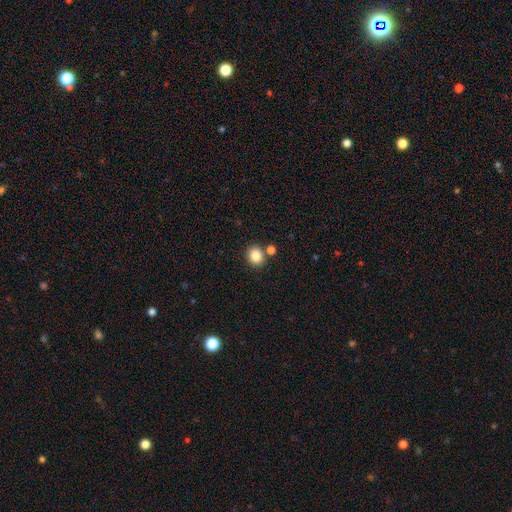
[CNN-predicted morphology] The model was most divided on "how rounded": round: 81%, in between: 18%, cigar-shaped: 1%. More confident: smooth or featured — smooth (84%); merging — none (78%).